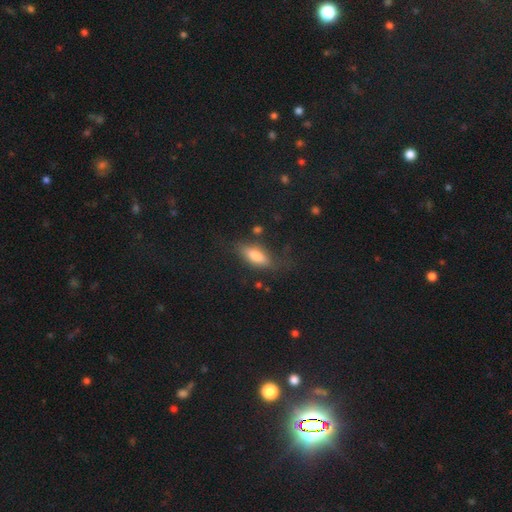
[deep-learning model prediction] Smooth or featured? Predicted: smooth (p=0.72). How rounded? Predicted: in between (p=0.71). Merging? Predicted: none (p=0.70).